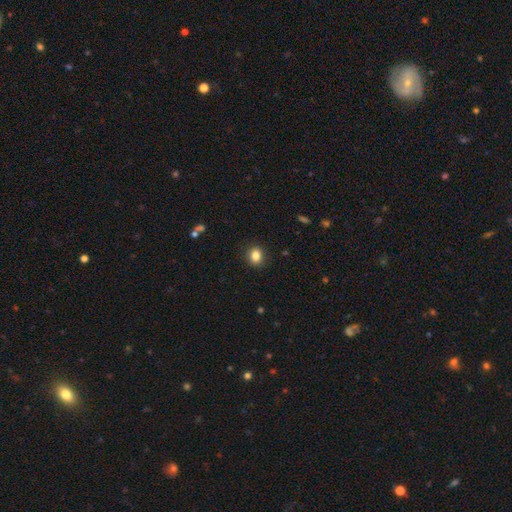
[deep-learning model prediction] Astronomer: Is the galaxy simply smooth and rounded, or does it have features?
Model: smooth — 84%.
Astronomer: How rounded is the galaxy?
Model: round — 62%.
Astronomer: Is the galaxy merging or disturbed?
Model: none — 90%.